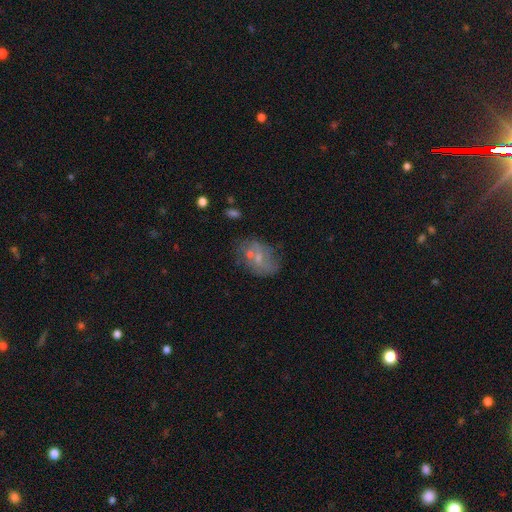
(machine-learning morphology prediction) smooth_or_featured: featured or disk (p=0.46) [alt: smooth p=0.35]
merging: none (p=0.63) [alt: minor disturbance p=0.19]